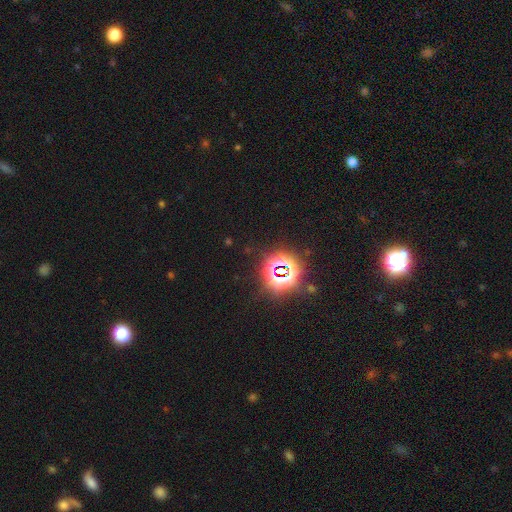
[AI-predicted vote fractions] Smooth or featured: star or artifact — 81% (smooth — 12%)